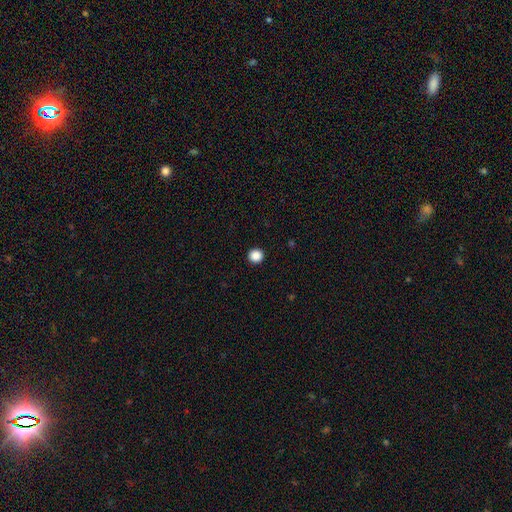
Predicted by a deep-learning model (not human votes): The model was most divided on "smooth or featured": smooth: 88%, star or artifact: 10%, featured or disk: 2%. More confident: how rounded — round (95%); merging — none (94%).